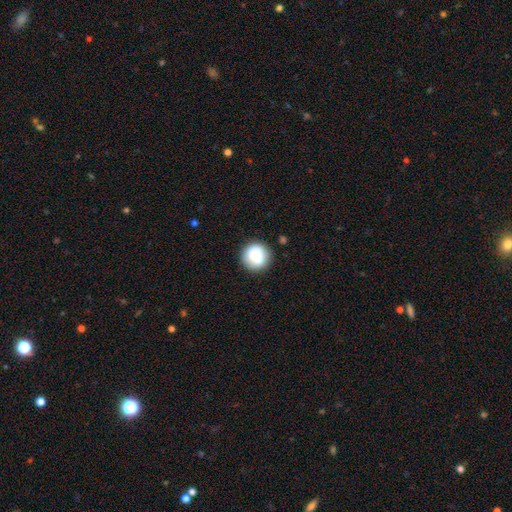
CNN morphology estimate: smooth 76%, featured or disk 16%, star or artifact 8%. Down the decision tree: how rounded — round (93%); merging — none (85%).